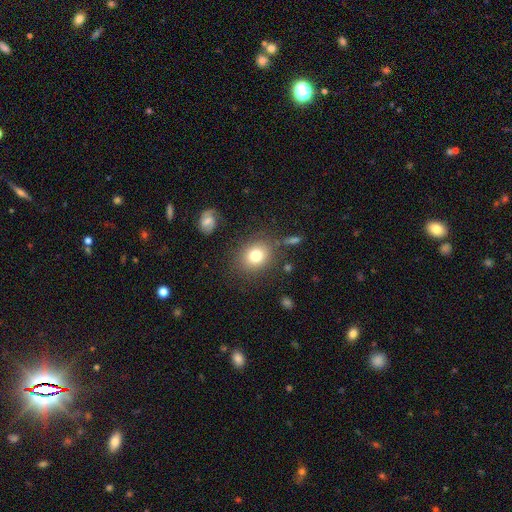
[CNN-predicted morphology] smooth 79%, star or artifact 11%, featured or disk 10%. Down the decision tree: how rounded — round (64%); merging — none (82%).